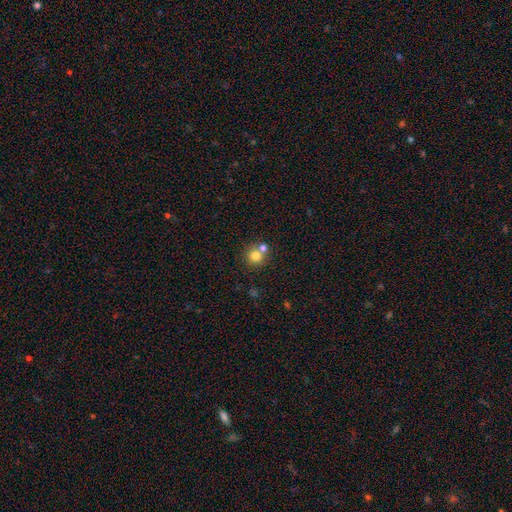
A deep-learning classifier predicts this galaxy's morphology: Overall: smooth (76%). How rounded: round (91%). Merging: none (57%; merger 34%).